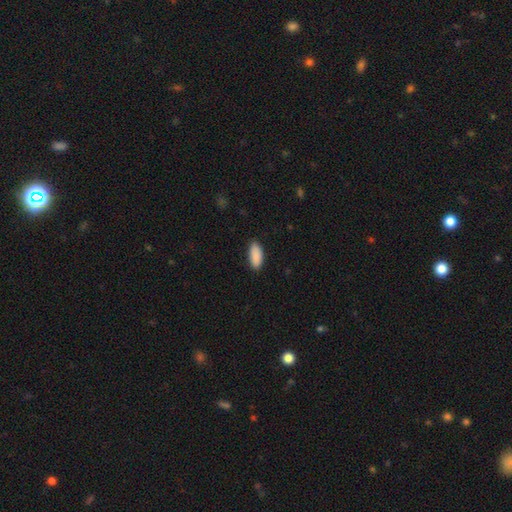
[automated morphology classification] smooth 91%, star or artifact 6%, featured or disk 3%. Down the decision tree: how rounded — in between (85%); merging — none (87%).